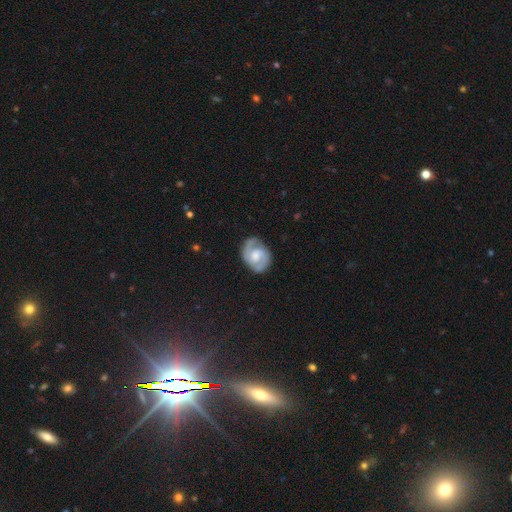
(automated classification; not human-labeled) smooth-or-featured: featured or disk: 80% | smooth: 14% | star or artifact: 5%
  disk-edge-on: no: 97% | yes: 3%
    bar: weak: 46% | no: 44% | strong: 10%
    has-spiral-arms: yes: 94% | no: 6%
      spiral-winding: medium: 48% | tight: 40% | loose: 12%
      spiral-arm-count: 2: 87% | can't tell: 6% | 1: 3% | 3: 2% | 4: 1% | more than 4: 1%
    bulge-size: moderate: 54% | small: 28% | large: 11% | none: 6% | dominant: 1%
  merging: none: 77% | minor disturbance: 16% | major disturbance: 5% | merger: 1%